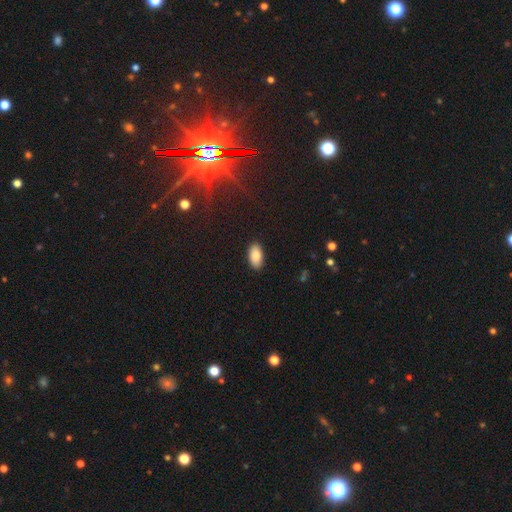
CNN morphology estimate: Smooth or featured? Predicted: smooth (p=0.84). How rounded? Predicted: in between (p=0.94). Merging? Predicted: none (p=0.89).